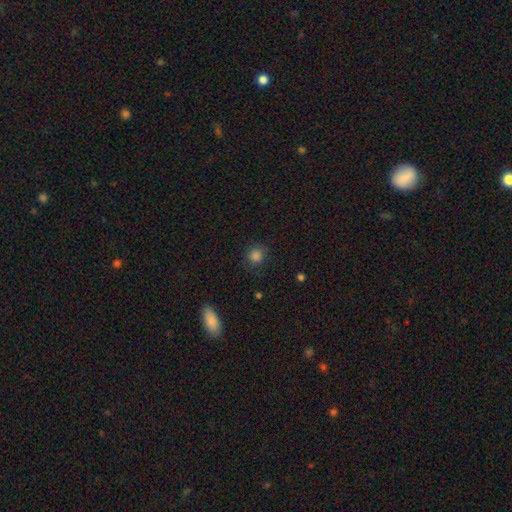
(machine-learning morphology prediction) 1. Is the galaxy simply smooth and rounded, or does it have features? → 83% smooth, 13% star or artifact, 4% featured or disk.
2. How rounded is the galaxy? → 85% round, 14% in between, 1% cigar-shaped.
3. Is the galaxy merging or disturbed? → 81% none, 13% minor disturbance, 4% major disturbance, 1% merger.